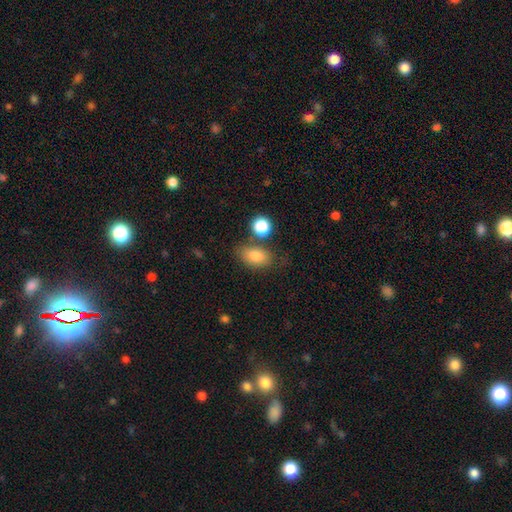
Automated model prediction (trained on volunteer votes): Overall: smooth (81%). How rounded: in between (85%). Merging: none (66%).